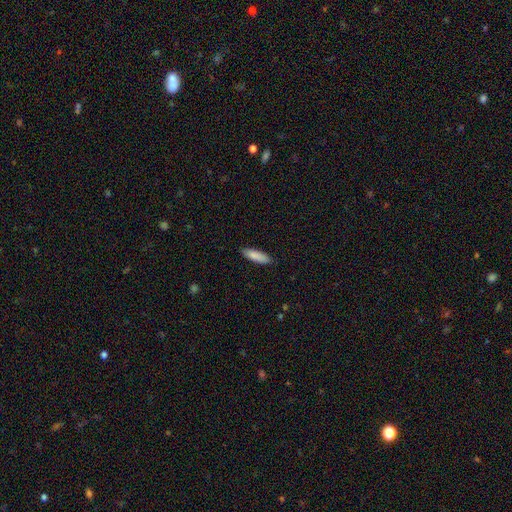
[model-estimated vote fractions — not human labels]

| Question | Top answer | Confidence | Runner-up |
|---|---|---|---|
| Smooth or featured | smooth | 88% | featured or disk (7%) |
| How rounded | cigar-shaped | 53% | in between (45%) |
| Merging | none | 87% | minor disturbance (10%) |